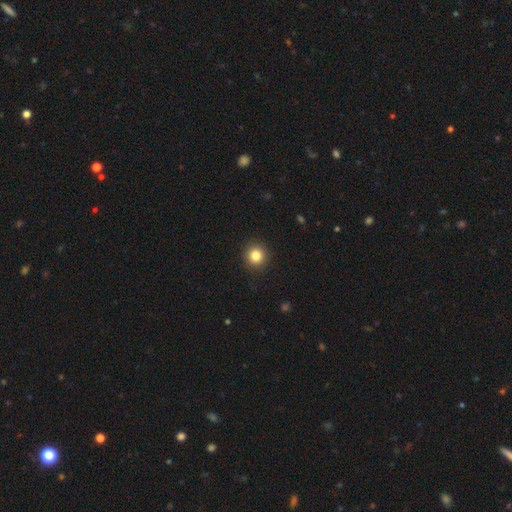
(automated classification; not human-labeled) Smooth or featured?
  - smooth: 84% *
  - star or artifact: 11%
  - featured or disk: 5%
How rounded?
  - round: 94% *
  - in between: 5%
  - cigar-shaped: 1%
Merging?
  - none: 92% *
  - minor disturbance: 5%
  - major disturbance: 2%
  - merger: 1%